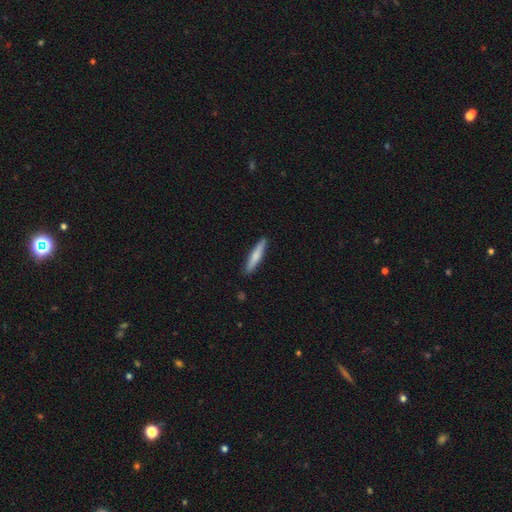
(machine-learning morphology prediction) The model was most divided on "smooth or featured": smooth: 70%, featured or disk: 25%, star or artifact: 5%. More confident: how rounded — cigar-shaped (90%); merging — none (90%).